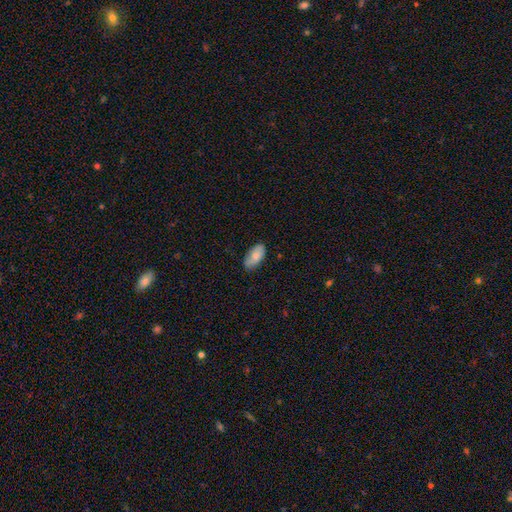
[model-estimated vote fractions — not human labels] Smooth or featured? smooth (81%)
How rounded? in between (94%)
Merging? none (78%)